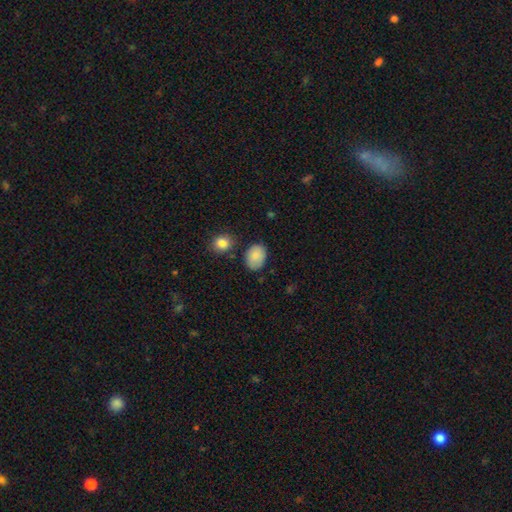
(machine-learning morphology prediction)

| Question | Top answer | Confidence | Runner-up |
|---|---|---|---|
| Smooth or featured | smooth | 87% | star or artifact (7%) |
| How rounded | in between | 71% | round (28%) |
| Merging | none | 75% | minor disturbance (17%) |